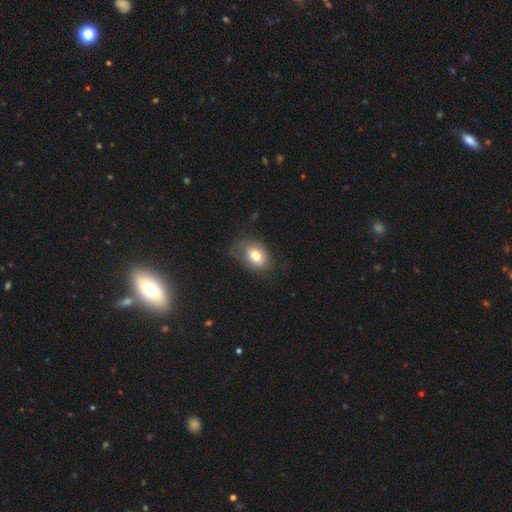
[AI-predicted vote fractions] Overall: smooth (76%). How rounded: in between (73%). Merging: none (64%).